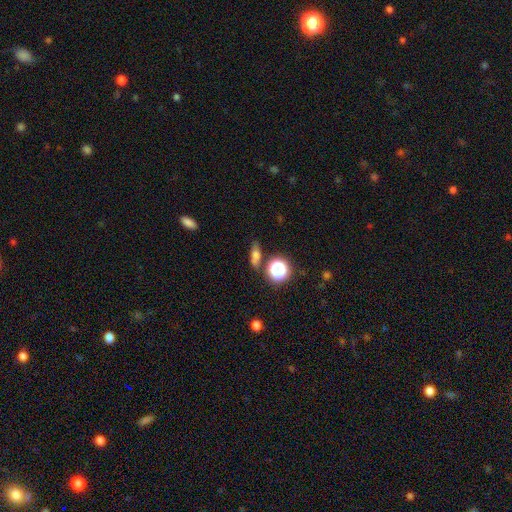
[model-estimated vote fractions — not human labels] smooth-or-featured: smooth: 60% | star or artifact: 20% | featured or disk: 20%
  how-rounded: in between: 47% | cigar-shaped: 29% | round: 25%
  merging: none: 78% | minor disturbance: 12% | merger: 6% | major disturbance: 3%